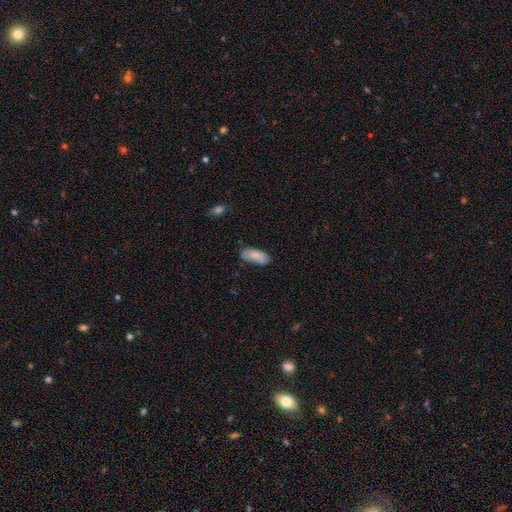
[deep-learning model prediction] Morphology: type=smooth (84%); roundness=in between (84%); merging=none (69%).